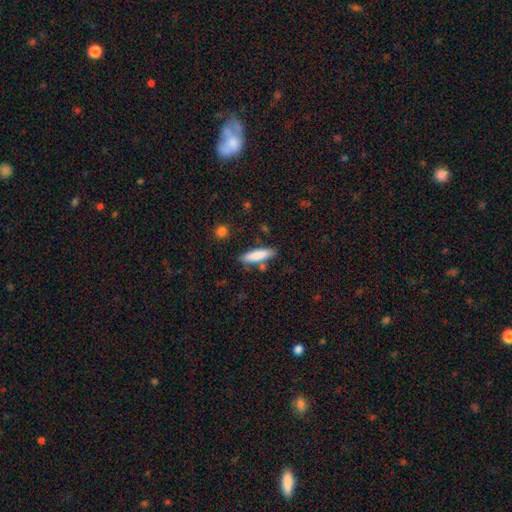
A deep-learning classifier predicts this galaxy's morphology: smooth_or_featured: smooth (p=0.83) [alt: featured or disk p=0.11]
how_rounded: cigar-shaped (p=0.66) [alt: in between p=0.32]
merging: none (p=0.77) [alt: minor disturbance p=0.13]